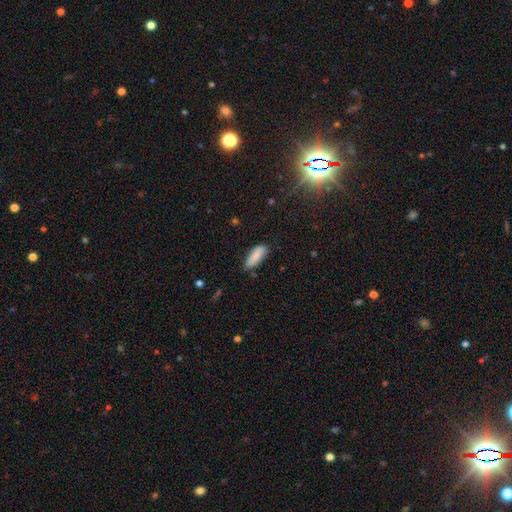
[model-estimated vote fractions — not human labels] smooth_or_featured: smooth (p=0.79) [alt: featured or disk p=0.15]
how_rounded: in between (p=0.67) [alt: cigar-shaped p=0.30]
merging: none (p=0.76) [alt: minor disturbance p=0.18]